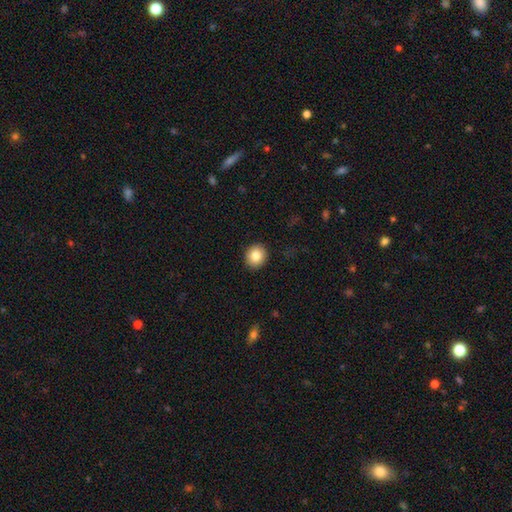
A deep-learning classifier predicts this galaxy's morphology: Smooth or featured? Predicted: smooth (p=0.83). How rounded? Predicted: round (p=0.84). Merging? Predicted: none (p=0.92).